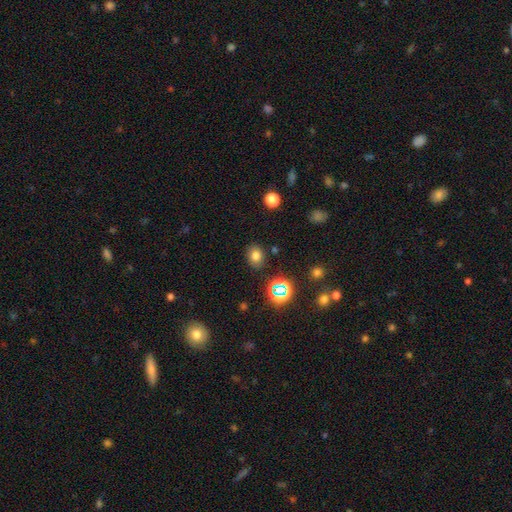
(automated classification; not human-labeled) This appears to be a smooth galaxy with no disk features (75%) that is round (51%). Merging: none (84%).